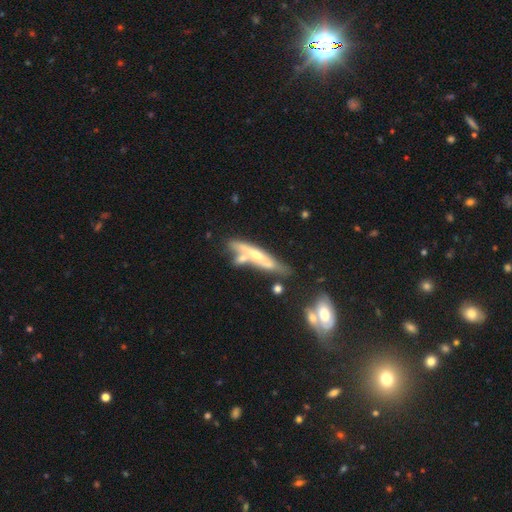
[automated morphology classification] A featured or disk galaxy (62%) viewed edge-on (77%).

Vote fractions:
- Smooth or featured? featured or disk: 62% / smooth: 31% / star or artifact: 6%
- Edge-on disk? yes: 77% / no: 23%
- Merging? none: 45% / merger: 28% / minor disturbance: 19% / major disturbance: 7%